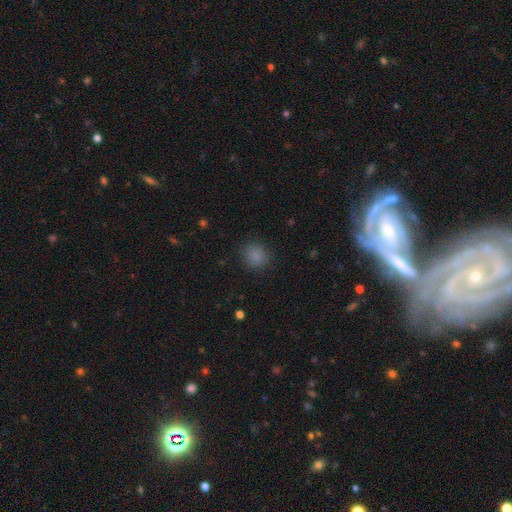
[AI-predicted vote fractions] This is clearly a smooth galaxy (84%). How rounded: clearly round (81%). Merging: clearly none (86%).